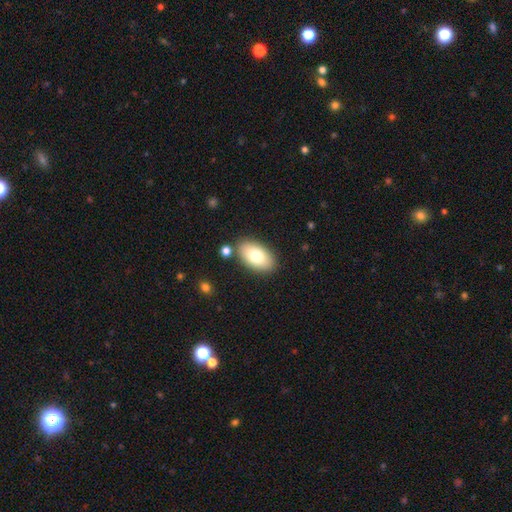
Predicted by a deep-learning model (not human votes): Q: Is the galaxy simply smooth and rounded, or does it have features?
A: smooth — 76%.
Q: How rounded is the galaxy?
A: in between — 94%.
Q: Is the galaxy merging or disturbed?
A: none — 84%.